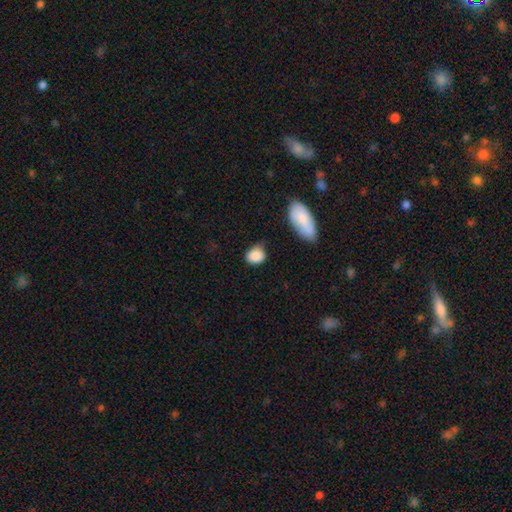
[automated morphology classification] Smooth or featured? Predicted: smooth (p=0.87). How rounded? Predicted: in between (p=0.53). Merging? Predicted: none (p=0.55).